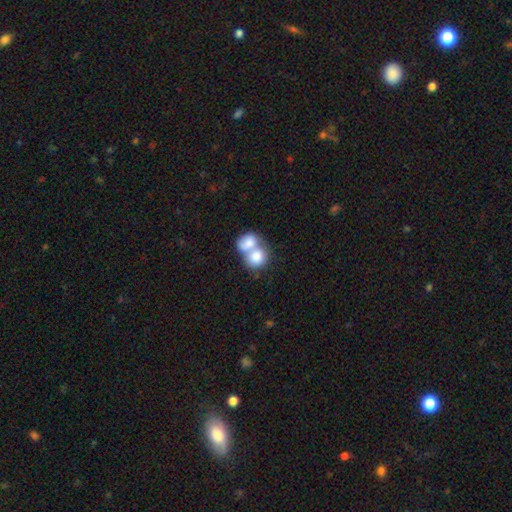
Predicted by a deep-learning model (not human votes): This appears to be a smooth galaxy with no disk features (77%) that is round (52%). Merging: merger (76%).